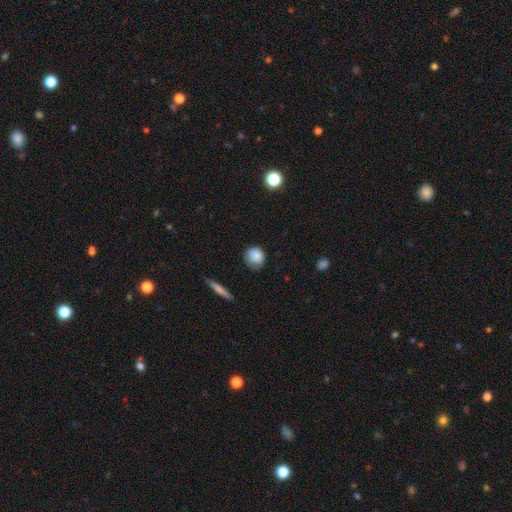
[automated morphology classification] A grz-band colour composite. It shows a smooth galaxy with no disk features (85%) that is round (79%). Merging: none (69%).